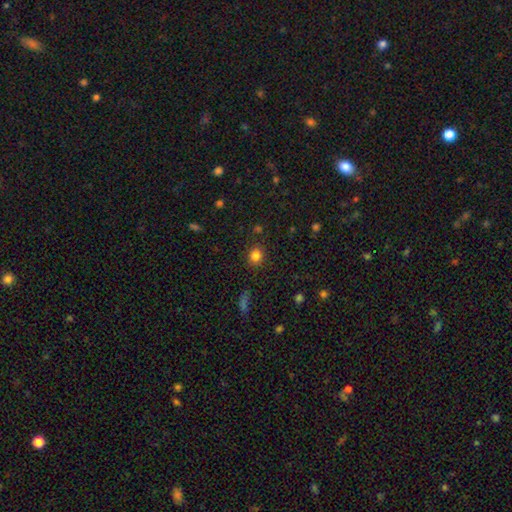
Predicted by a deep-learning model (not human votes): Smooth or featured?
  - smooth: 83% *
  - star or artifact: 12%
  - featured or disk: 5%
How rounded?
  - round: 76% *
  - in between: 23%
  - cigar-shaped: 1%
Merging?
  - none: 88% *
  - minor disturbance: 8%
  - major disturbance: 3%
  - merger: 2%